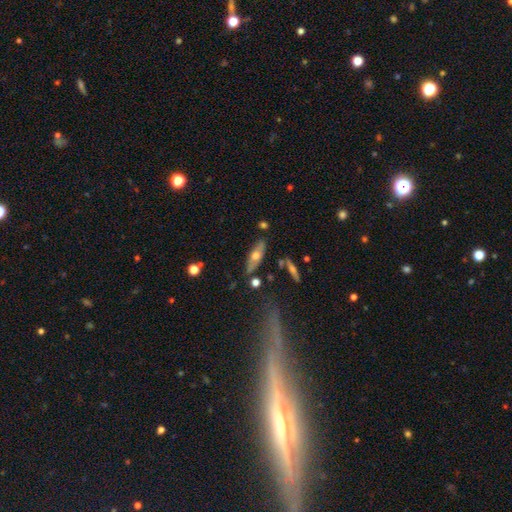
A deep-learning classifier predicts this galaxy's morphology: smooth_or_featured: smooth (p=0.50) [alt: featured or disk p=0.43]
how_rounded: in between (p=0.56) [alt: cigar-shaped p=0.41]
merging: none (p=0.77) [alt: minor disturbance p=0.14]